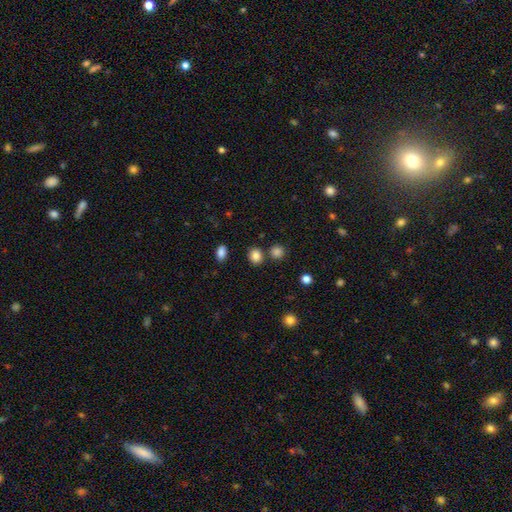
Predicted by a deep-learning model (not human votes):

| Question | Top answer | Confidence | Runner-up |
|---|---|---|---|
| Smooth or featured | smooth | 84% | star or artifact (11%) |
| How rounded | round | 68% | in between (30%) |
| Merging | none | 80% | minor disturbance (9%) |